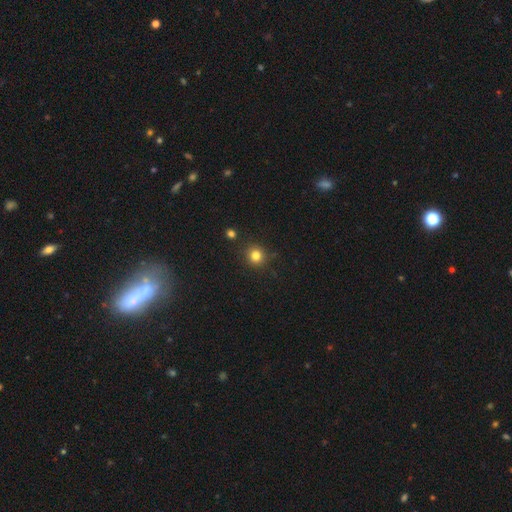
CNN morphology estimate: This appears to be a smooth galaxy with no disk features (81%) that is round (90%). Merging: none (86%).